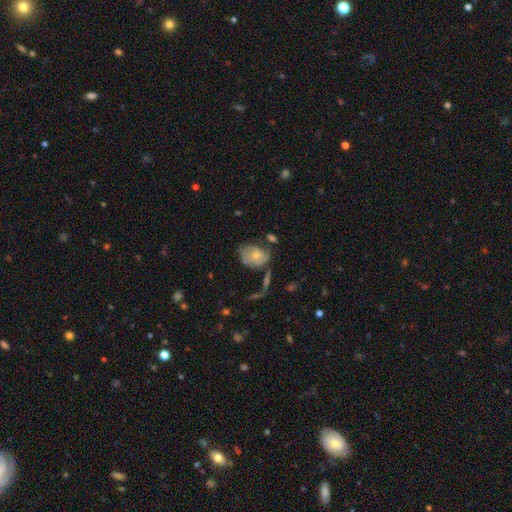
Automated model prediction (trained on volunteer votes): Morphology: type=featured or disk (56%); edge-on=no (96%); bar=no (77%); spiral arms=yes (72%); bulge=small (49%); merging=none (42%).